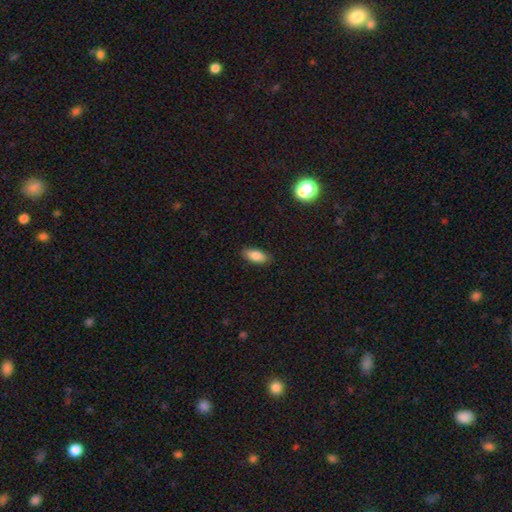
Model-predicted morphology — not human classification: A smooth galaxy with no disk features (86%) that is in between round and cigar-shaped (86%). Merging: none (87%).